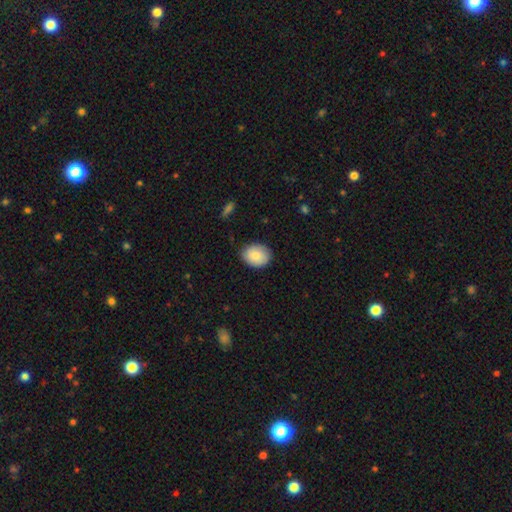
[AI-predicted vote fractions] Smooth or featured? Predicted: smooth (p=0.84). How rounded? Predicted: in between (p=0.57). Merging? Predicted: none (p=0.82).